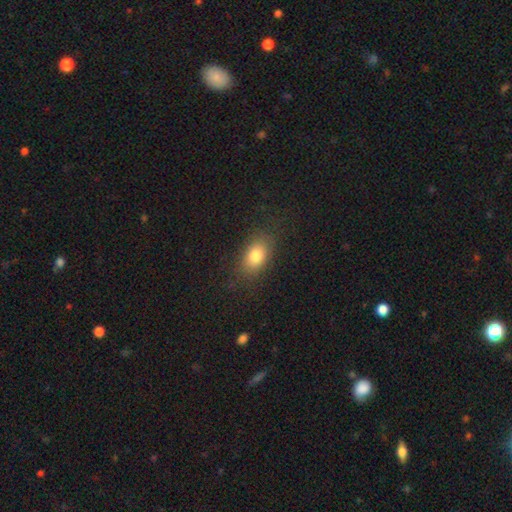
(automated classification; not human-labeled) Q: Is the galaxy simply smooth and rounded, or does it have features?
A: smooth — 80%.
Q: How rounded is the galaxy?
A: in between — 81%.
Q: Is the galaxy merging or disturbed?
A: none — 81%.